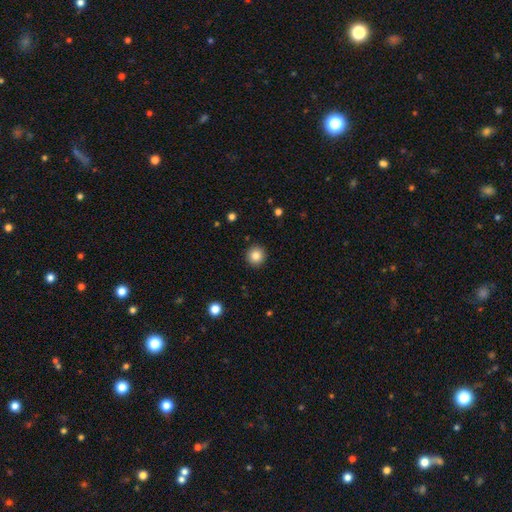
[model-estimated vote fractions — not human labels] Smooth or featured? smooth (85%)
How rounded? round (94%)
Merging? none (92%)